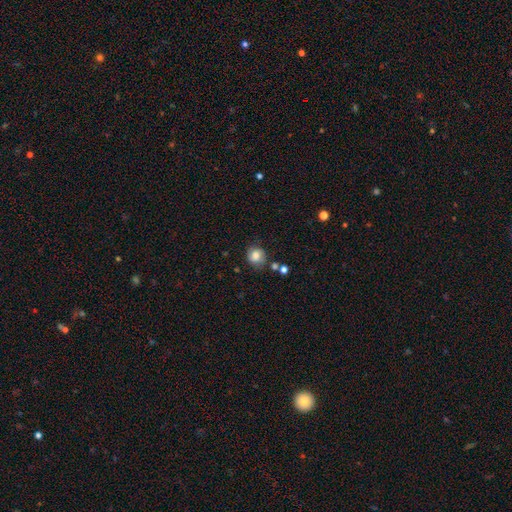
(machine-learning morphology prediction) Q: Smooth or featured?
A: smooth (79%); runner-up: featured or disk (11%)
Q: How rounded?
A: round (76%); runner-up: in between (23%)
Q: Merging?
A: none (70%); runner-up: minor disturbance (19%)